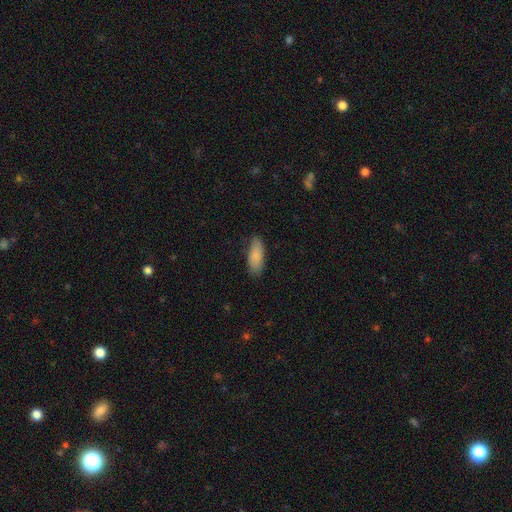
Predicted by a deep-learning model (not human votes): The model was most divided on "how rounded": in between: 76%, cigar-shaped: 22%, round: 2%. More confident: smooth or featured — smooth (87%); merging — none (82%).